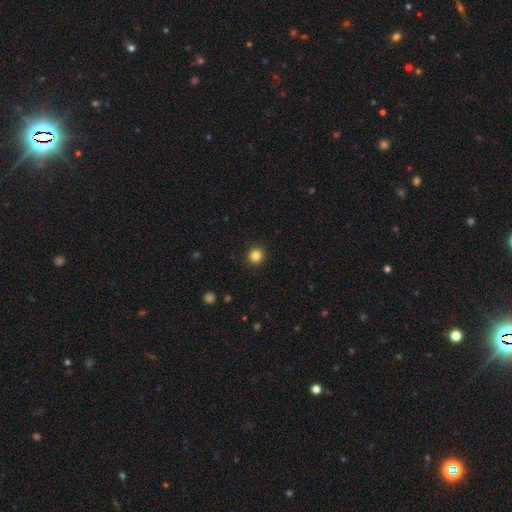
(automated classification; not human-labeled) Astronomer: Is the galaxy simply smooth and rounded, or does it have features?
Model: smooth — 84%.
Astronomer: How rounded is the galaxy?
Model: round — 95%.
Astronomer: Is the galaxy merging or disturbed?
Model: none — 93%.